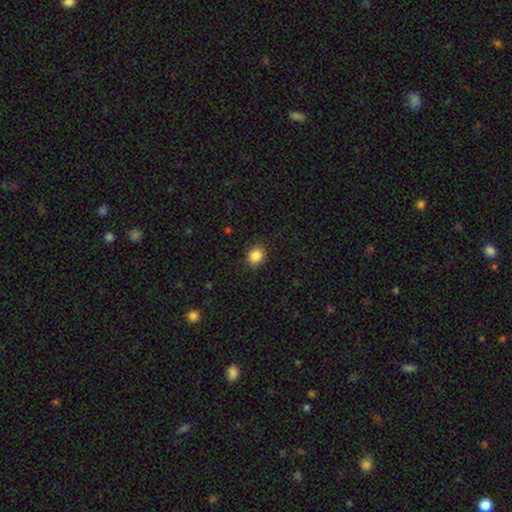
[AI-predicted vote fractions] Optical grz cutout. It shows a smooth galaxy with no disk features (86%) that is round (68%). Merging: none (87%).